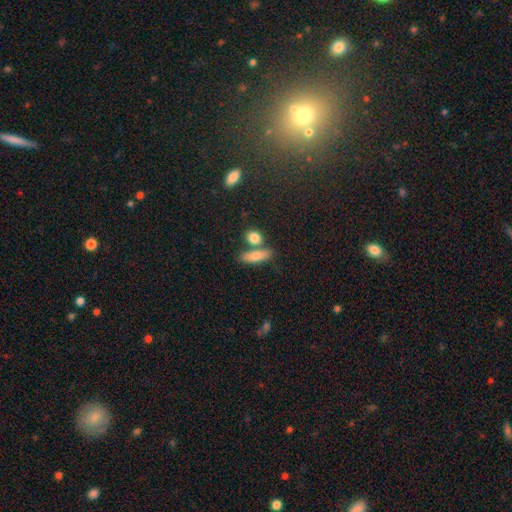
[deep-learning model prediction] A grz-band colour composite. It shows a smooth galaxy with no disk features (76%) that is in between round and cigar-shaped (52%). Merging: none (62%).